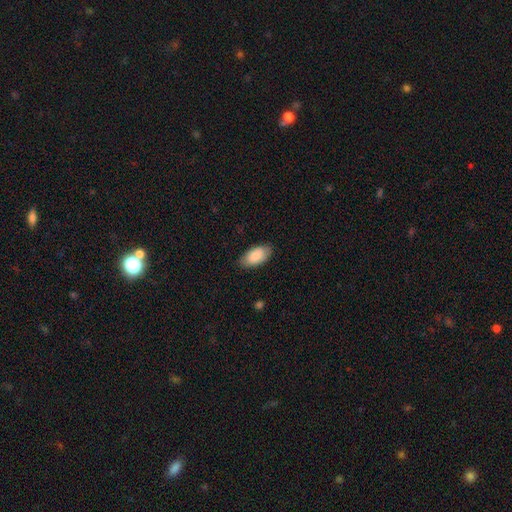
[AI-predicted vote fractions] This appears to be a smooth galaxy with no disk features (86%) that is in between round and cigar-shaped (94%). Merging: none (83%).